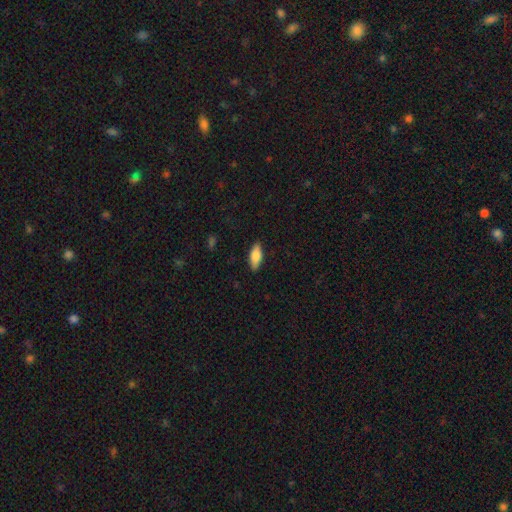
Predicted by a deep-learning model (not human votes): Morphology: type=smooth (77%); roundness=in between (75%); merging=none (88%).